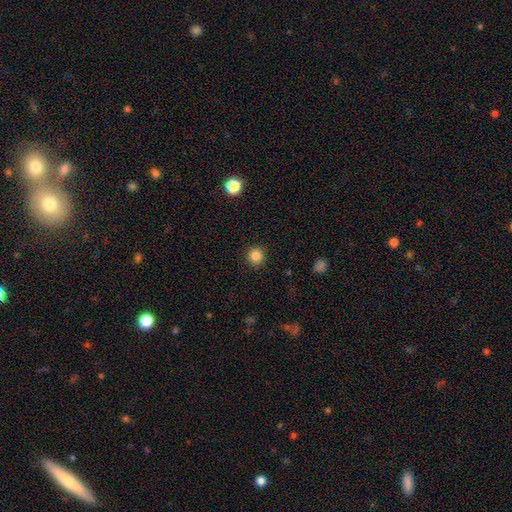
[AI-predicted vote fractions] Smooth or featured?
  - smooth: 85% *
  - star or artifact: 11%
  - featured or disk: 4%
How rounded?
  - round: 95% *
  - in between: 4%
  - cigar-shaped: 1%
Merging?
  - none: 92% *
  - minor disturbance: 5%
  - major disturbance: 2%
  - merger: 1%